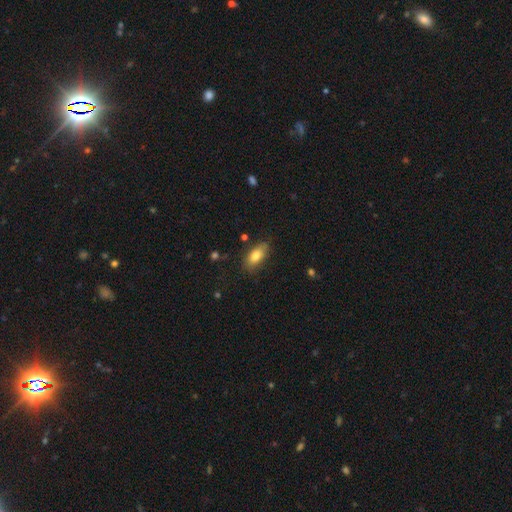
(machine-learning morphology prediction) Overall: smooth (79%). How rounded: in between (86%). Merging: none (77%).